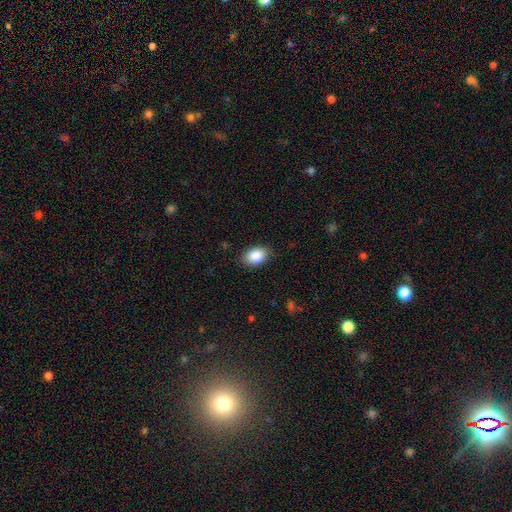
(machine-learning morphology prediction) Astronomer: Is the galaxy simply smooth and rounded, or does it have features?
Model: smooth — 89%.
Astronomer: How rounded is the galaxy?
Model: in between — 84%.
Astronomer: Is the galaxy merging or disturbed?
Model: none — 86%.